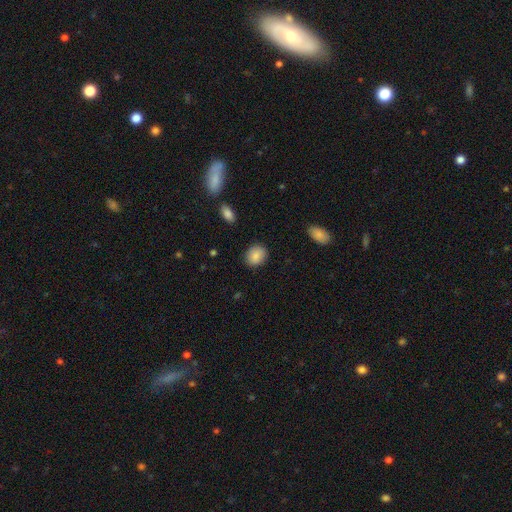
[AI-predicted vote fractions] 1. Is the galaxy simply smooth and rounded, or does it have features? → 87% smooth, 8% star or artifact, 5% featured or disk.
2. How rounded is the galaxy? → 59% round, 39% in between, 1% cigar-shaped.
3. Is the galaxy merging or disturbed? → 88% none, 9% minor disturbance, 2% major disturbance, 1% merger.